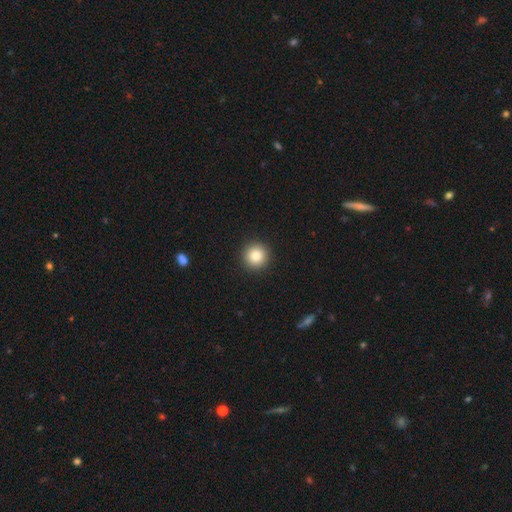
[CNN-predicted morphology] Q: Smooth or featured?
A: smooth (84%); runner-up: star or artifact (9%)
Q: How rounded?
A: round (95%); runner-up: in between (4%)
Q: Merging?
A: none (93%); runner-up: minor disturbance (5%)